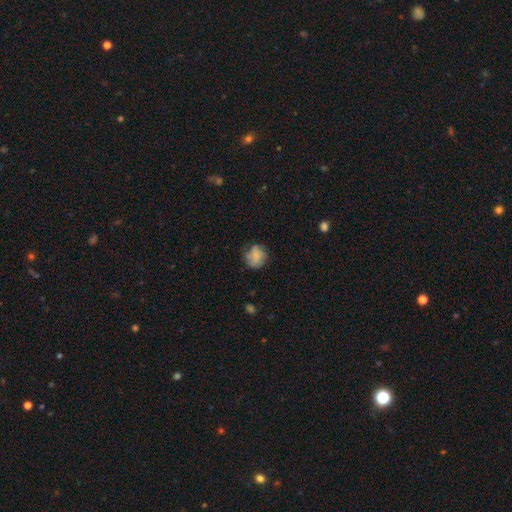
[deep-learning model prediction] smooth 57%, featured or disk 34%, star or artifact 9%. Down the decision tree: how rounded — round (80%); merging — none (65%).